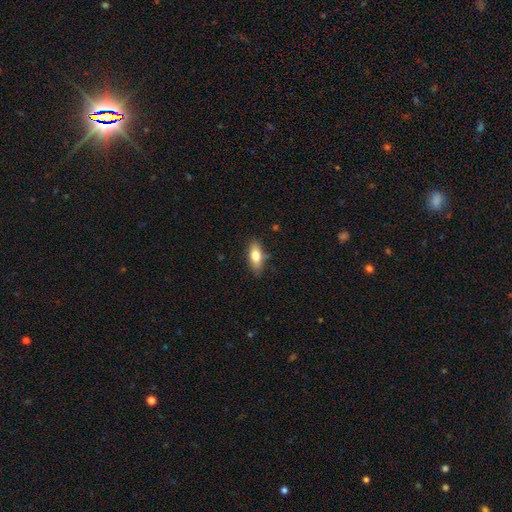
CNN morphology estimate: Smooth or featured? Predicted: smooth (p=0.73). How rounded? Predicted: in between (p=0.75). Merging? Predicted: none (p=0.79).